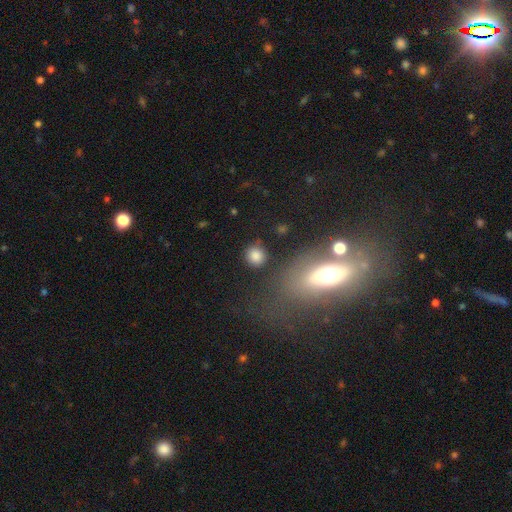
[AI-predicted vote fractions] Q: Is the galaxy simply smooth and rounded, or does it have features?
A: smooth — 84%.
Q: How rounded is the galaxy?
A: round — 91%.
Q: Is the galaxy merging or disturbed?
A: none — 85%.